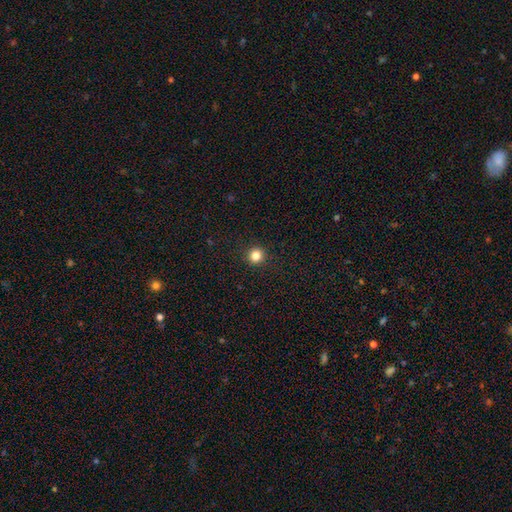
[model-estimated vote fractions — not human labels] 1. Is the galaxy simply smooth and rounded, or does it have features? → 83% smooth, 12% star or artifact, 4% featured or disk.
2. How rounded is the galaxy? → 94% round, 5% in between, 1% cigar-shaped.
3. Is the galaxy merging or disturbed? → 93% none, 5% minor disturbance, 2% major disturbance, 1% merger.